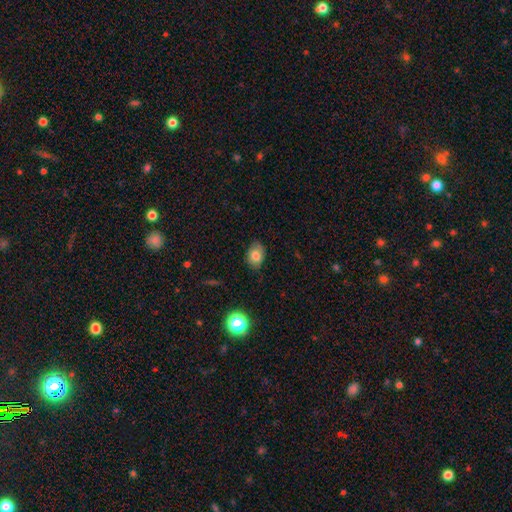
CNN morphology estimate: Smooth or featured? Predicted: smooth (p=0.79). How rounded? Predicted: in between (p=0.76). Merging? Predicted: none (p=0.80).